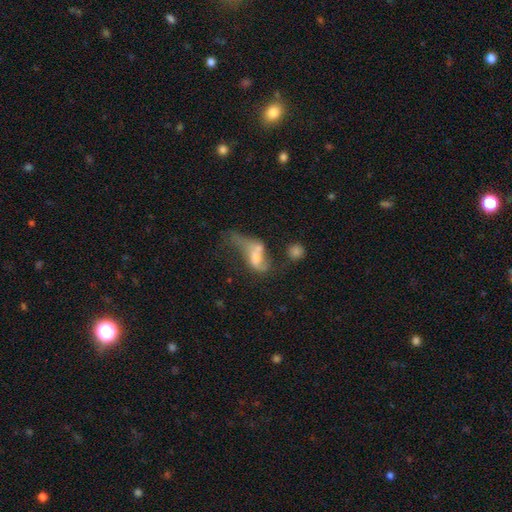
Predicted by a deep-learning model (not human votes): Overall: smooth (45%; featured or disk 44%). Merging: merger (38%; major disturbance 37%).